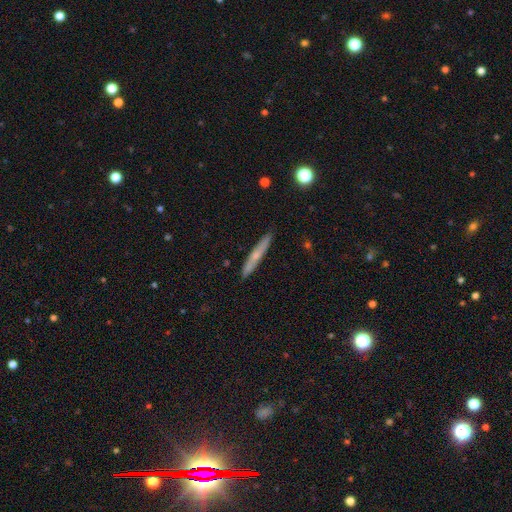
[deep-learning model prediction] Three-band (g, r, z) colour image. It shows a smooth galaxy with no disk features (47%). Merging: none (90%).